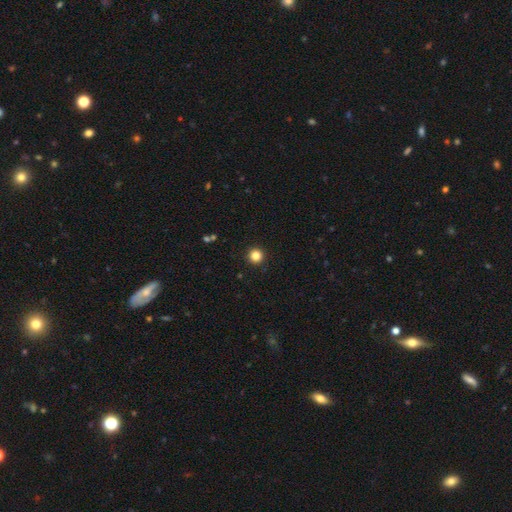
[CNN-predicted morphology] Smooth or featured?
  - smooth: 84% *
  - star or artifact: 12%
  - featured or disk: 4%
How rounded?
  - round: 96% *
  - in between: 3%
  - cigar-shaped: 1%
Merging?
  - none: 93% *
  - minor disturbance: 4%
  - major disturbance: 1%
  - merger: 1%